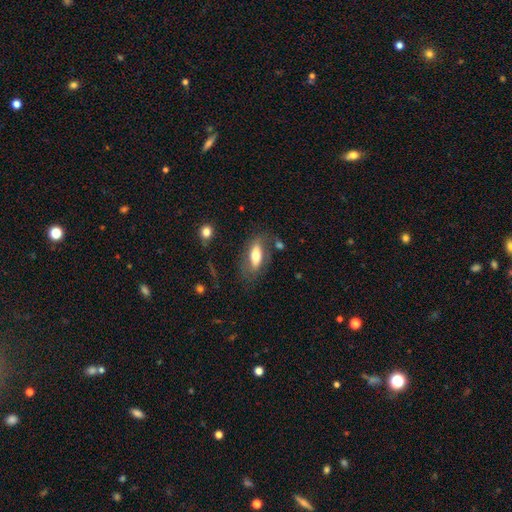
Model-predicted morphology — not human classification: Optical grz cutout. It shows a smooth galaxy with no disk features (59%) that is in between round and cigar-shaped (73%). Merging: none (62%).